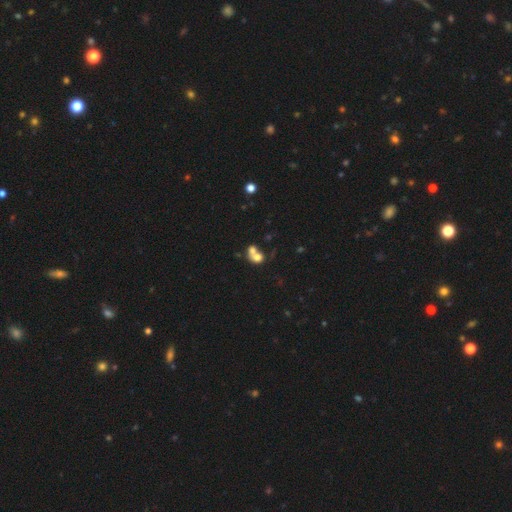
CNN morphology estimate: Smooth or featured? smooth (66%)
How rounded? round (54%)
Merging? merger (68%)